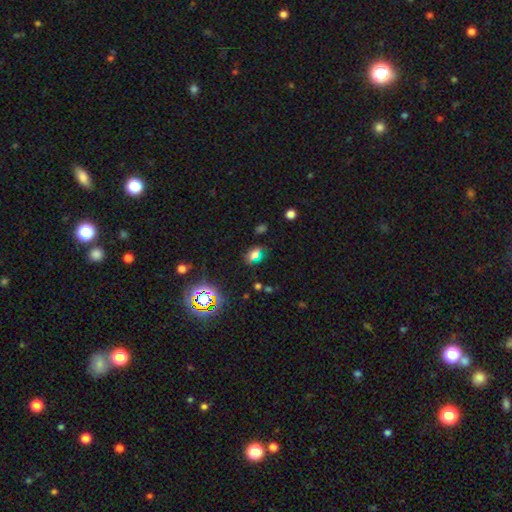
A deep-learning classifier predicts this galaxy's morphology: Overall: smooth (59%; star or artifact 29%). How rounded: in between (76%). Merging: none (72%).